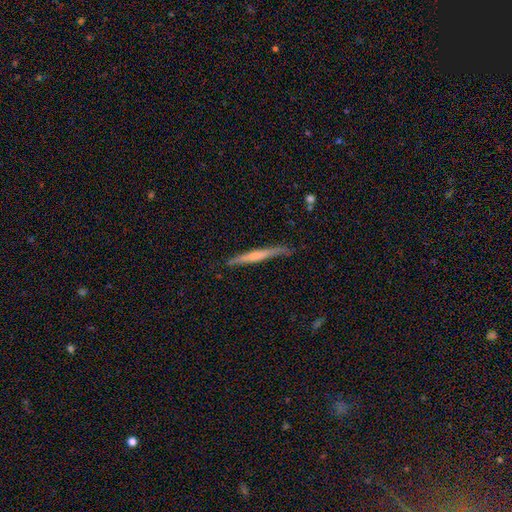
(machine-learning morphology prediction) Smooth or featured? Predicted: featured or disk (p=0.49). Merging? Predicted: none (p=0.80).